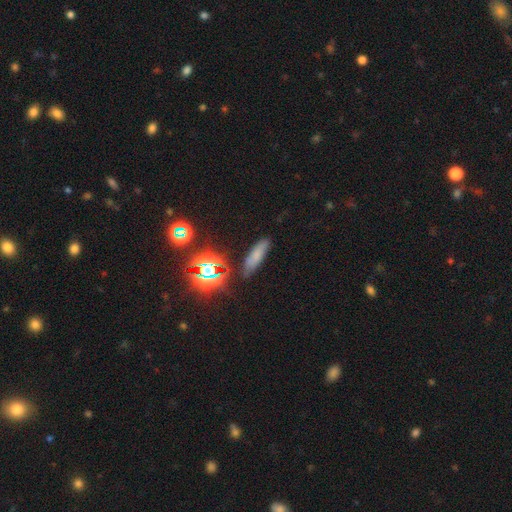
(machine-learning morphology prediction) This is likely a smooth galaxy (61%). How rounded: possibly cigar-shaped (58%). Merging: likely none (77%).